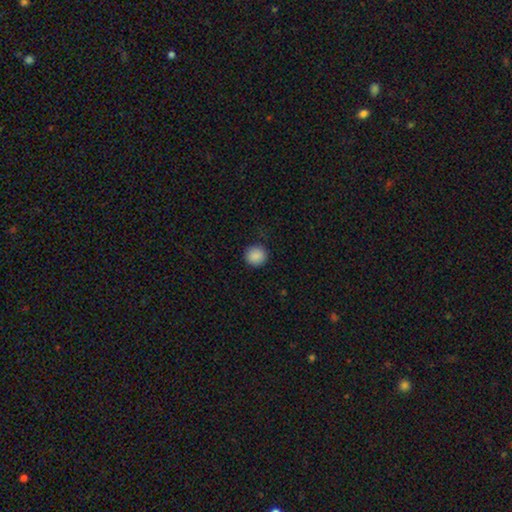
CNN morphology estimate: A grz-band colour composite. It shows a smooth galaxy with no disk features (89%) that is round (91%). Merging: none (89%).